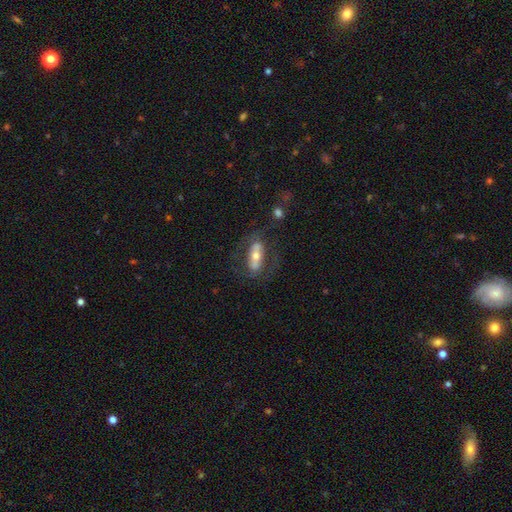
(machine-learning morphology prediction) A featured or disk galaxy (52%).

Vote fractions:
- Smooth or featured? featured or disk: 52% / smooth: 40% / star or artifact: 7%
- Edge-on disk? no: 76% / yes: 24%
- Merging? none: 62% / minor disturbance: 18% / major disturbance: 16% / merger: 4%